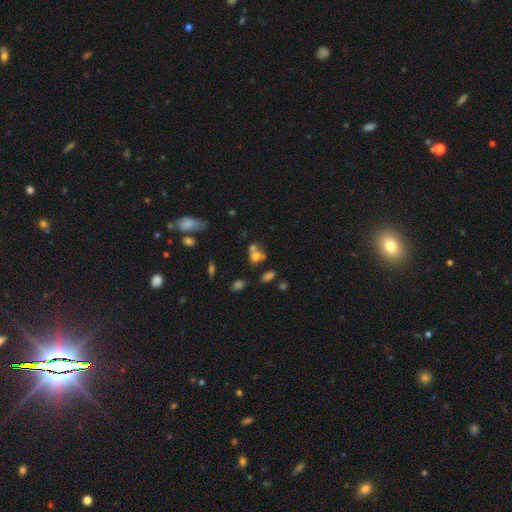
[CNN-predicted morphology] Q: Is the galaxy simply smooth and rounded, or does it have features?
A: smooth — 67%.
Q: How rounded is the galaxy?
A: in between — 49%, tied with round.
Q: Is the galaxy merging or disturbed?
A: merger — 49%.